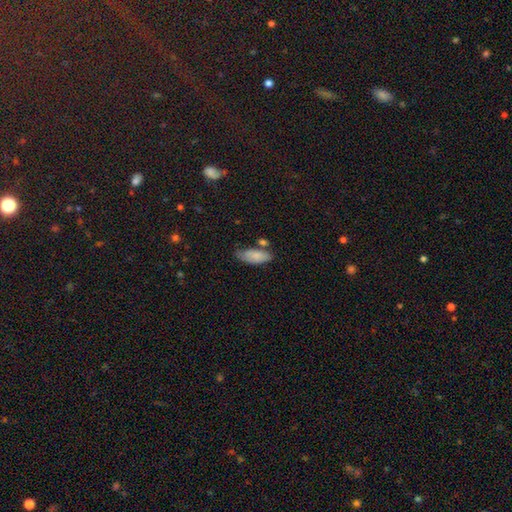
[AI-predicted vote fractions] smooth_or_featured: smooth (p=0.81) [alt: featured or disk p=0.12]
how_rounded: in between (p=0.83) [alt: cigar-shaped p=0.15]
merging: none (p=0.56) [alt: minor disturbance p=0.26]